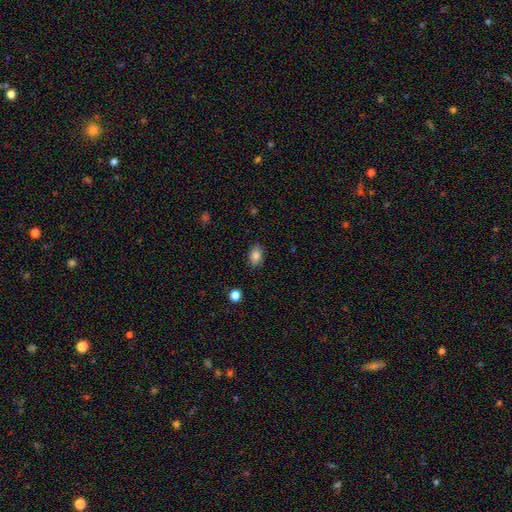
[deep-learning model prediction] Smooth or featured? smooth (85%)
How rounded? in between (85%)
Merging? none (87%)